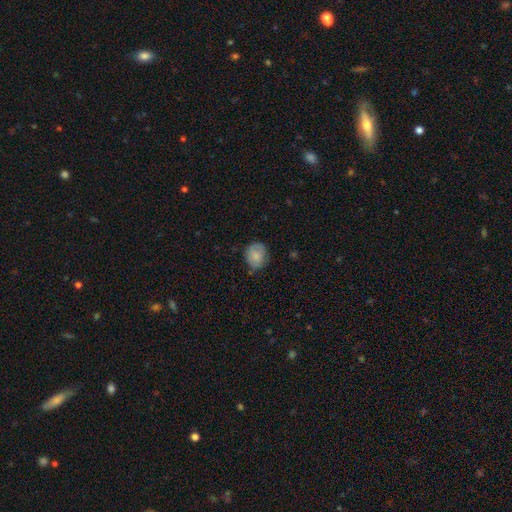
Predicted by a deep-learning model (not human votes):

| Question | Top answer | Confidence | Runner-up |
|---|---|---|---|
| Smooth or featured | smooth | 80% | featured or disk (13%) |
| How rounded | round | 61% | in between (38%) |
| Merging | none | 67% | minor disturbance (25%) |